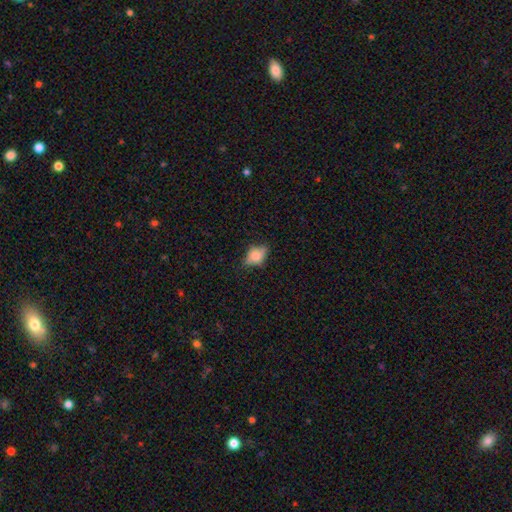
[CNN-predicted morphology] smooth 66%, featured or disk 23%, star or artifact 11%. Down the decision tree: how rounded — in between (78%); merging — none (61%).